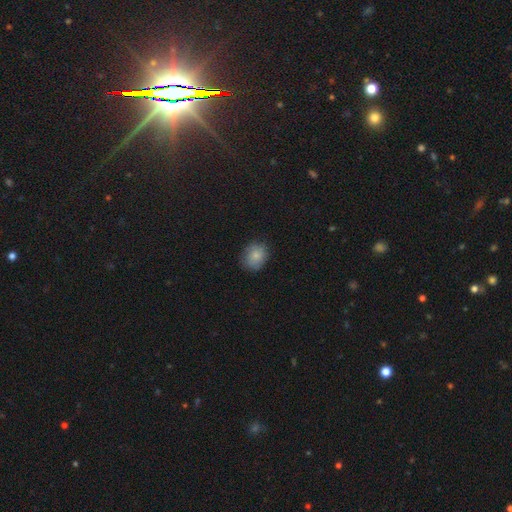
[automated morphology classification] A smooth galaxy with no disk features (83%) that is round (66%).

Vote fractions:
- Smooth or featured? smooth: 83% / featured or disk: 9% / star or artifact: 8%
- How rounded? round: 66% / in between: 33% / cigar-shaped: 1%
- Merging? none: 80% / minor disturbance: 15% / major disturbance: 3% / merger: 1%